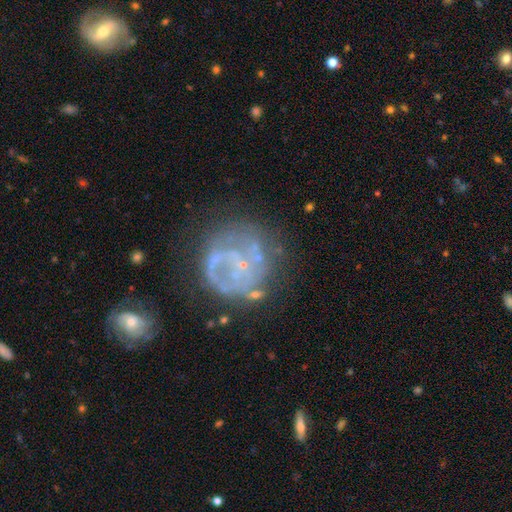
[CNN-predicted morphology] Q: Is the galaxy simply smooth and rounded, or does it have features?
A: featured or disk — 66%.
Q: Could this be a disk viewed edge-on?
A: no — 98%.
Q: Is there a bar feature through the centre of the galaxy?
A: no — 84%.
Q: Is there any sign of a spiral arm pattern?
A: no — 66%.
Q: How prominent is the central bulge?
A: none — 45%.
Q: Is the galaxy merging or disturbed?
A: none — 51%.